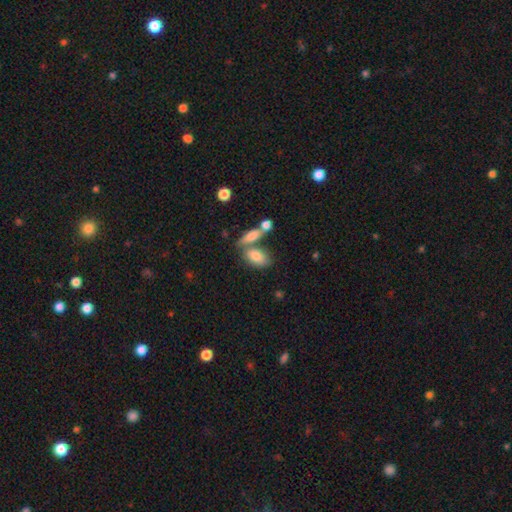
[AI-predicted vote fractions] Q: Smooth or featured?
A: smooth (79%); runner-up: featured or disk (13%)
Q: How rounded?
A: in between (88%); runner-up: cigar-shaped (7%)
Q: Merging?
A: none (45%); runner-up: merger (38%)